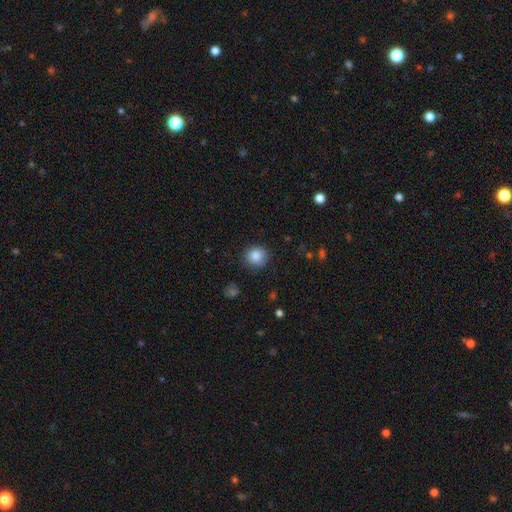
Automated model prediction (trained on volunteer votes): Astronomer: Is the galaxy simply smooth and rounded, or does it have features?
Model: smooth — 85%.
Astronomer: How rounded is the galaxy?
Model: round — 90%.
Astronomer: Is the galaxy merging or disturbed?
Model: none — 87%.